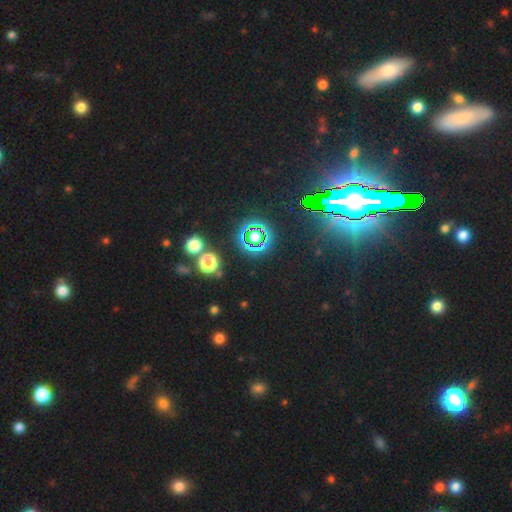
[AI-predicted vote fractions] This is clearly a star or artifact rather than a galaxy (82%).